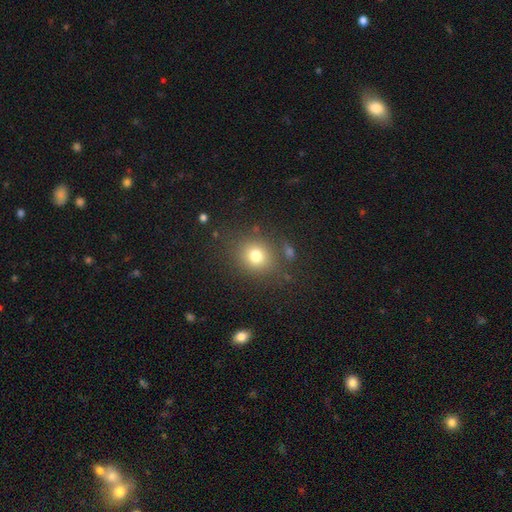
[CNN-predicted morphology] The model was most divided on "how rounded": round: 76%, in between: 23%, cigar-shaped: 1%. More confident: merging — none (80%); smooth or featured — smooth (76%).